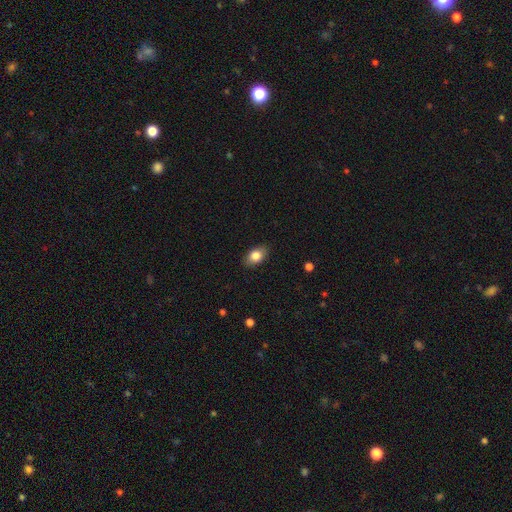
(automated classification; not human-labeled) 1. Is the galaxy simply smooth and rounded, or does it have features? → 82% smooth, 11% featured or disk, 8% star or artifact.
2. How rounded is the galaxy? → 85% in between, 13% round, 2% cigar-shaped.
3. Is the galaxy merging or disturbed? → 86% none, 10% minor disturbance, 2% major disturbance, 1% merger.